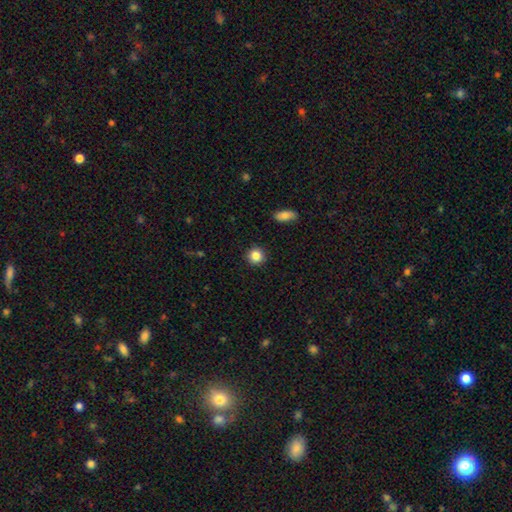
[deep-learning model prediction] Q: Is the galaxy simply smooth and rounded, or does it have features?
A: smooth — 85%.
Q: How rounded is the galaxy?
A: round — 93%.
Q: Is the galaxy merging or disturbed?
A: none — 92%.